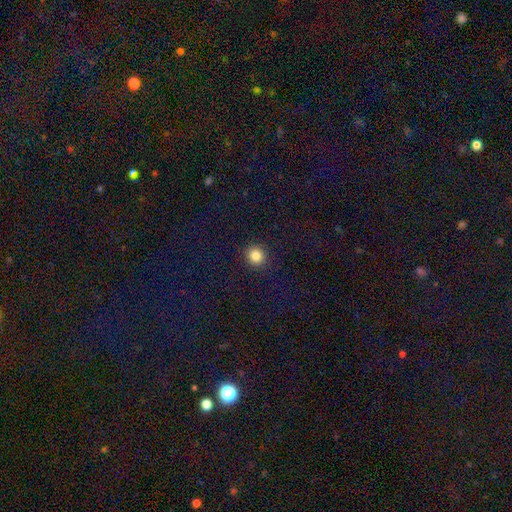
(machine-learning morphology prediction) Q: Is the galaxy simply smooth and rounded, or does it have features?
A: smooth — 84%.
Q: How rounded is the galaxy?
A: round — 92%.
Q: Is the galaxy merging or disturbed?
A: none — 92%.